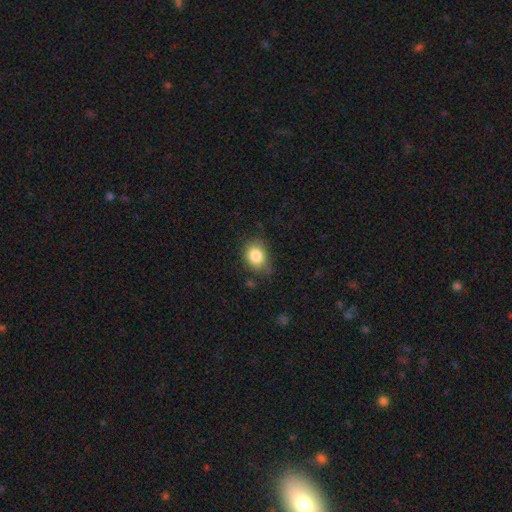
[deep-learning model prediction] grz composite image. It shows a smooth galaxy with no disk features (83%) that is in between round and cigar-shaped (52%). Merging: none (70%).